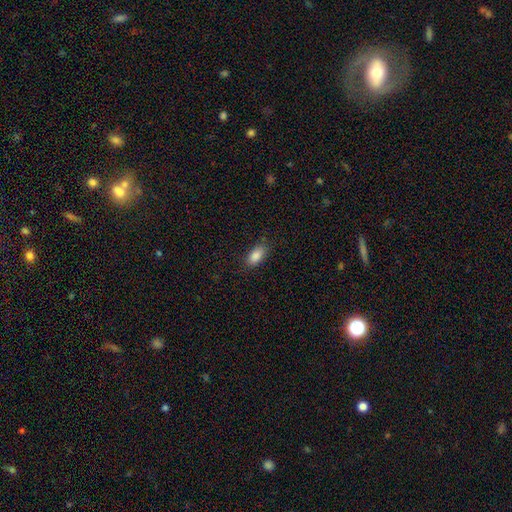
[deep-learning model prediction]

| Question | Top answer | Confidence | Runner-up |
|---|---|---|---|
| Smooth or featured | smooth | 87% | star or artifact (7%) |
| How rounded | in between | 90% | cigar-shaped (7%) |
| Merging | none | 82% | minor disturbance (13%) |